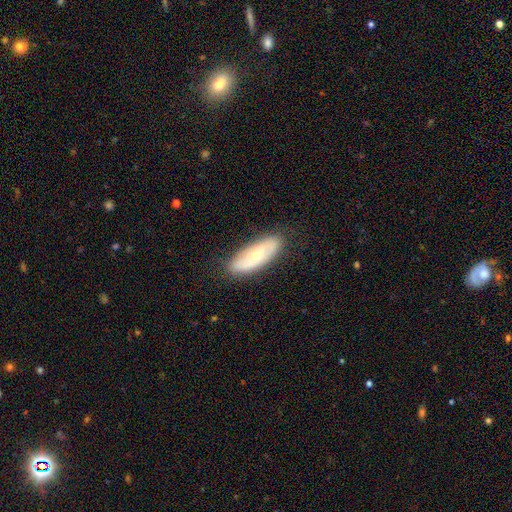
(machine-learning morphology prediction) smooth 47%, featured or disk 46%, star or artifact 7%. Down the decision tree: merging — none (83%).